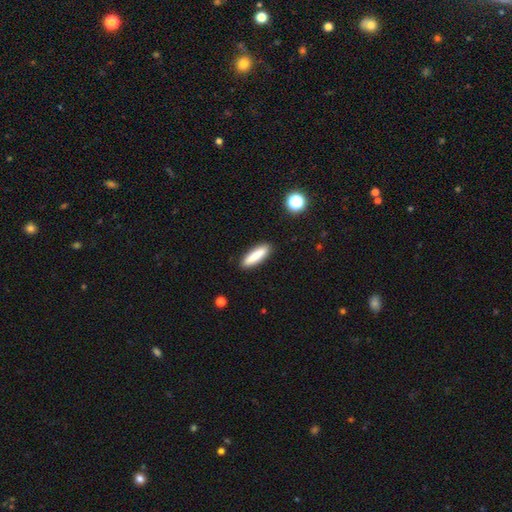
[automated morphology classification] This appears to be a smooth galaxy with no disk features (83%) that is cigar-shaped (75%). Merging: none (90%).